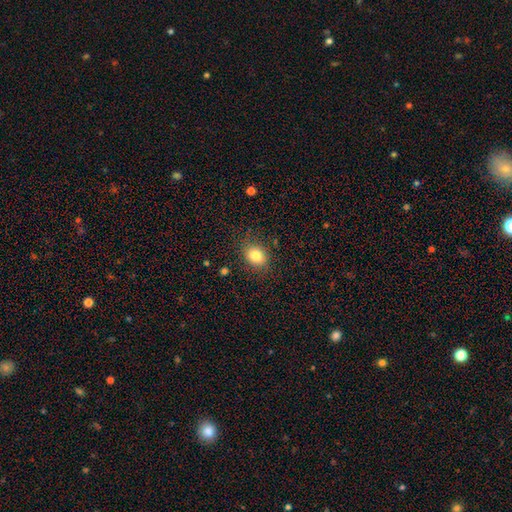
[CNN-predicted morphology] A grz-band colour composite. It shows a smooth galaxy with no disk features (82%) that is in between round and cigar-shaped (55%). Merging: none (81%).